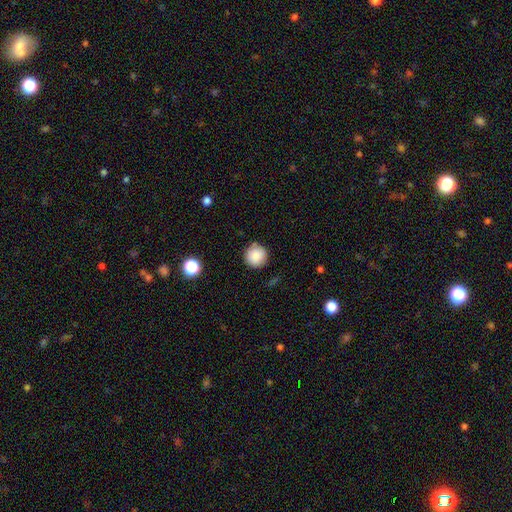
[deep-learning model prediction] Q: Smooth or featured?
A: smooth (86%); runner-up: star or artifact (9%)
Q: How rounded?
A: round (96%); runner-up: in between (3%)
Q: Merging?
A: none (86%); runner-up: minor disturbance (9%)